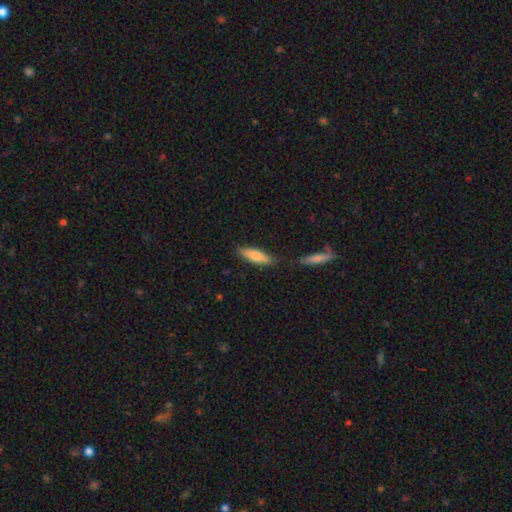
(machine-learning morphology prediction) This is likely a smooth galaxy (78%). How rounded: possibly cigar-shaped (57%). Merging: likely none (77%).